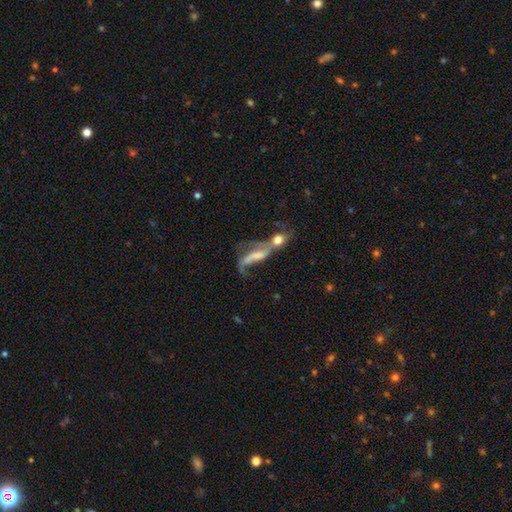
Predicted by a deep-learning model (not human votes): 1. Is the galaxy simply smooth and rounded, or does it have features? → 58% featured or disk, 31% smooth, 11% star or artifact.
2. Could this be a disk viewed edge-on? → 87% no, 13% yes.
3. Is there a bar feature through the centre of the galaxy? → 45% no, 29% weak, 26% strong.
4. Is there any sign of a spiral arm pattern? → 69% yes, 31% no.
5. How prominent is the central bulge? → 39% none, 23% moderate, 22% small, 12% large, 3% dominant.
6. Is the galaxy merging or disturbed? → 61% merger, 17% major disturbance, 14% none, 7% minor disturbance.